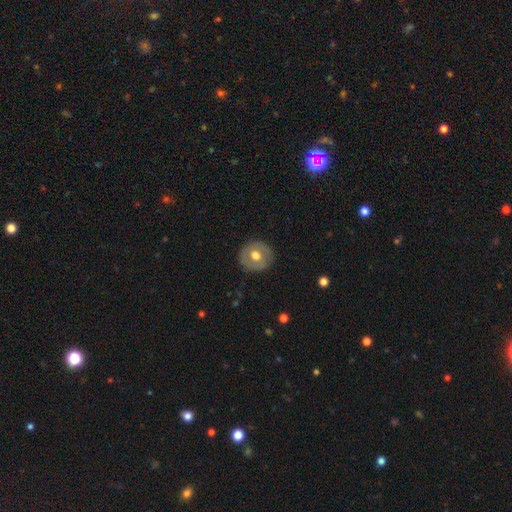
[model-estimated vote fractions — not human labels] smooth_or_featured: smooth (p=0.56) [alt: featured or disk p=0.38]
how_rounded: round (p=0.89) [alt: in between p=0.11]
merging: none (p=0.88) [alt: minor disturbance p=0.08]